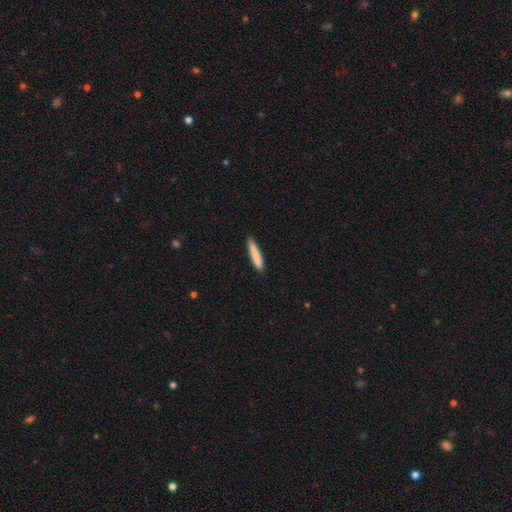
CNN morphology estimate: Smooth or featured: smooth — 83% (featured or disk — 11%)
How rounded: cigar-shaped — 93% (in between — 6%)
Merging: none — 90% (minor disturbance — 7%)